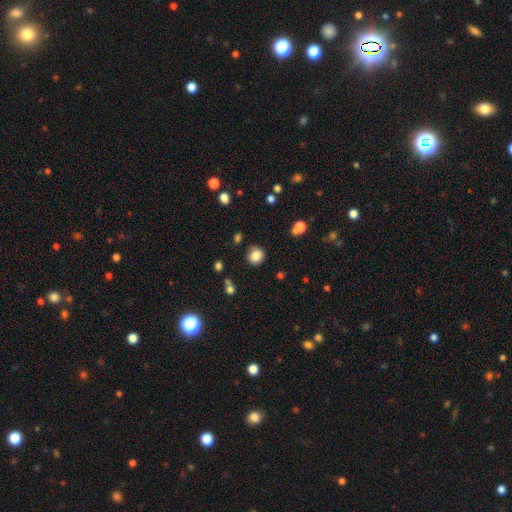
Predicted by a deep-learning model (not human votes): Overall: smooth (84%). How rounded: round (89%). Merging: none (83%).